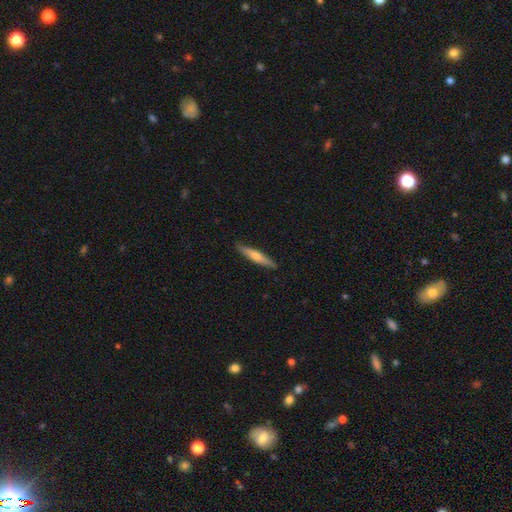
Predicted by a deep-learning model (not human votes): Q: Smooth or featured?
A: featured or disk (48%); runner-up: smooth (46%)
Q: Merging?
A: none (91%); runner-up: minor disturbance (7%)